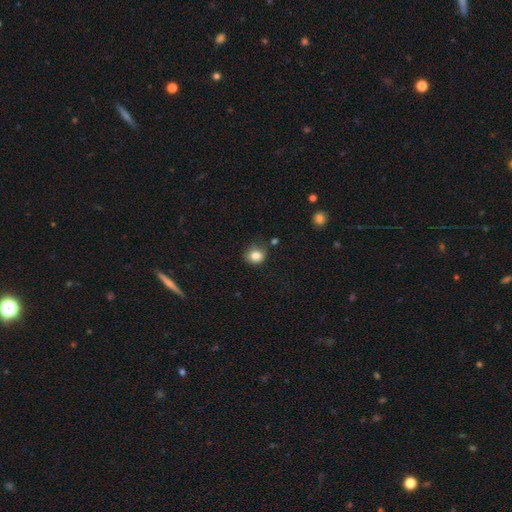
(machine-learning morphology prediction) The model was most divided on "how rounded": round: 67%, in between: 32%, cigar-shaped: 1%. More confident: smooth or featured — smooth (82%); merging — none (72%).